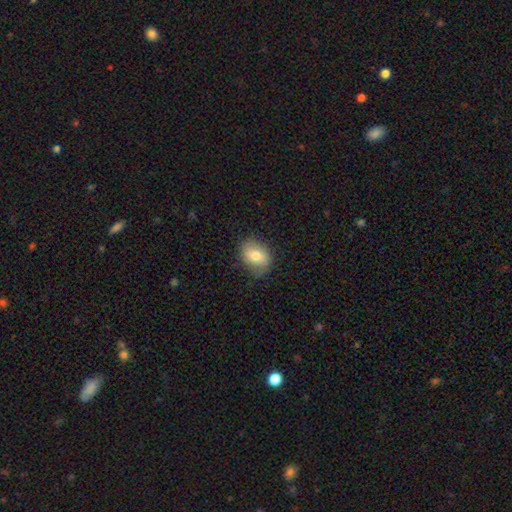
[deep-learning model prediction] smooth 66%, featured or disk 26%, star or artifact 8%. Down the decision tree: how rounded — in between (60%); merging — none (74%).